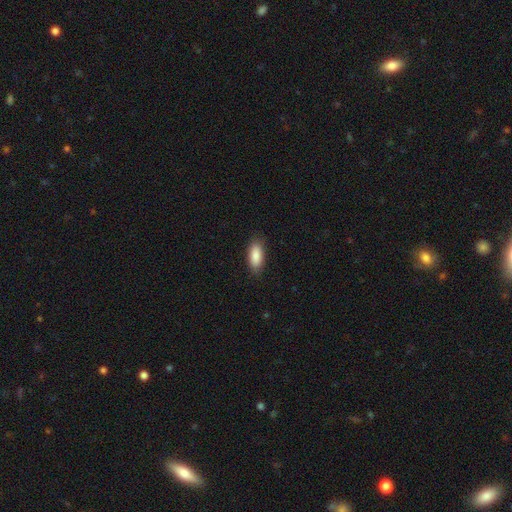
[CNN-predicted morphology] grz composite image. It shows a smooth galaxy with no disk features (88%) that is in between round and cigar-shaped (81%). Merging: none (85%).